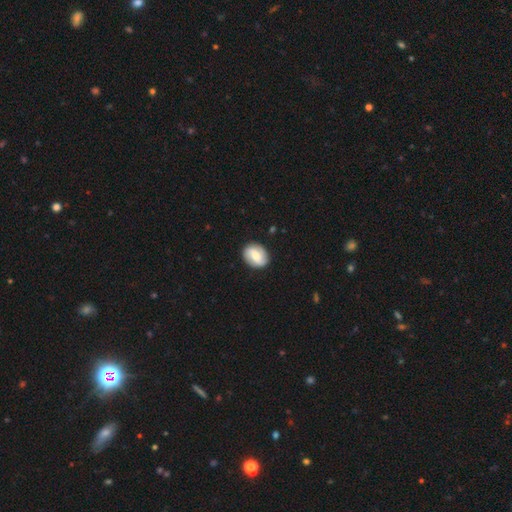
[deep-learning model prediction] The model was most divided on "smooth or featured": featured or disk: 49%, smooth: 44%, star or artifact: 7%. More confident: merging — none (87%).